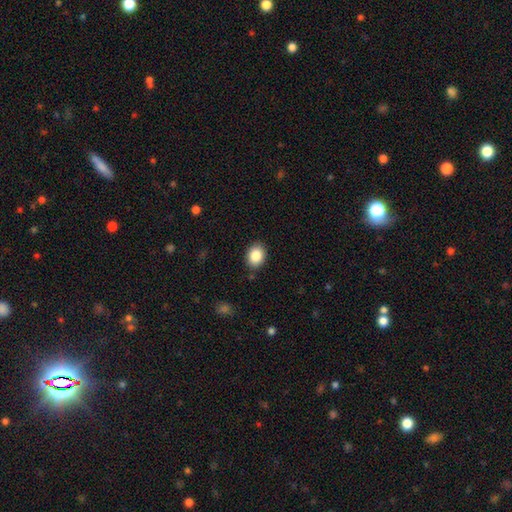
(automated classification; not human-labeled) smooth_or_featured: smooth (p=0.86) [alt: star or artifact p=0.08]
how_rounded: in between (p=0.64) [alt: round p=0.35]
merging: none (p=0.86) [alt: minor disturbance p=0.10]